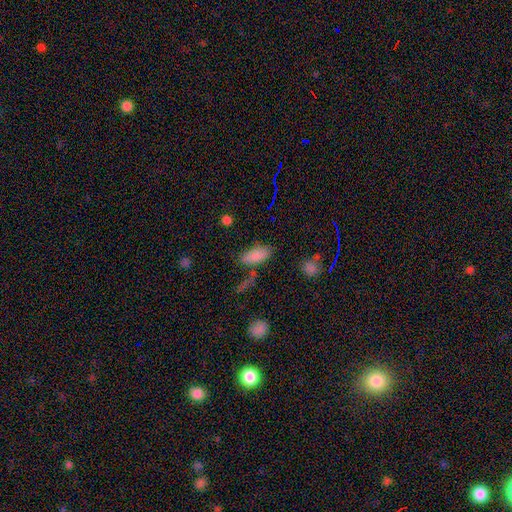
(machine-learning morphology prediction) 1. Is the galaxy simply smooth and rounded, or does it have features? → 80% smooth, 13% star or artifact, 7% featured or disk.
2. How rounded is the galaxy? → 86% in between, 11% cigar-shaped, 3% round.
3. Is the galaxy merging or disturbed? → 63% none, 19% minor disturbance, 10% merger, 8% major disturbance.